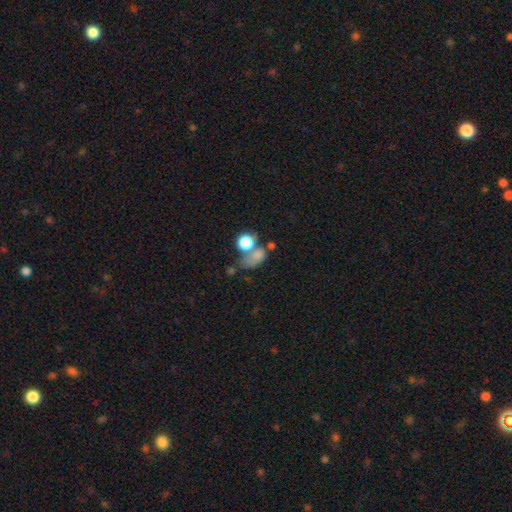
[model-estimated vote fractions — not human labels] This appears to be a smooth galaxy with no disk features (70%) that is in between round and cigar-shaped (54%). Merging: merger (40%).